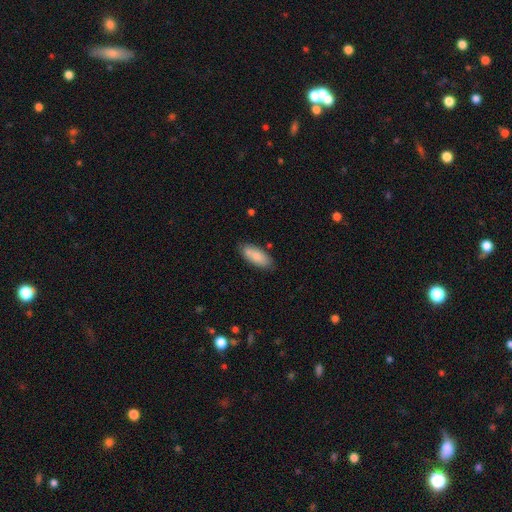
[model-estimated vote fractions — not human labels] The model was most divided on "merging": none: 77%, minor disturbance: 15%, merger: 4%, major disturbance: 3%. More confident: smooth or featured — smooth (83%); how rounded — in between (81%).